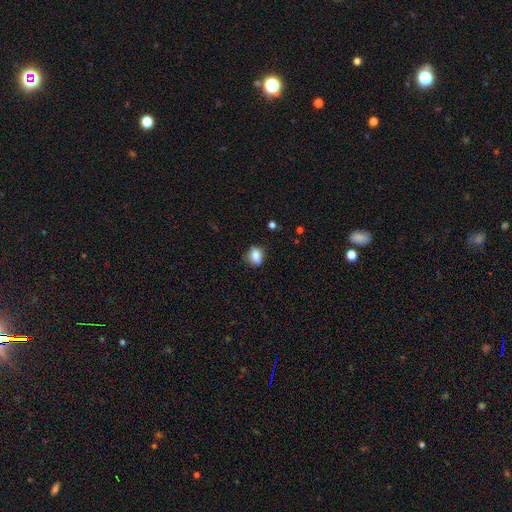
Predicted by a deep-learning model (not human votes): This appears to be a smooth galaxy with no disk features (82%) that is in between round and cigar-shaped (58%). Merging: none (71%).